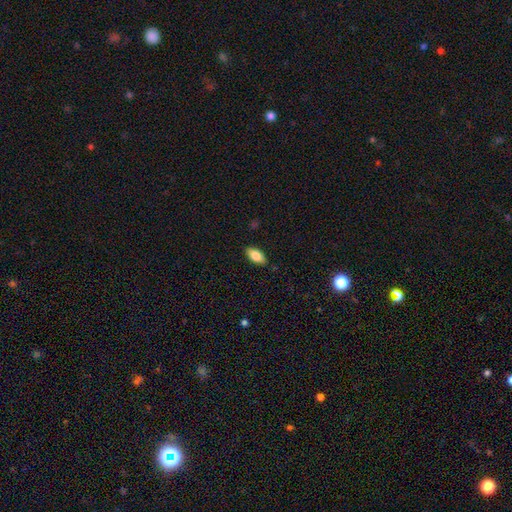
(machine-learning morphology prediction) smooth_or_featured: smooth (p=0.81) [alt: featured or disk p=0.12]
how_rounded: in between (p=0.89) [alt: cigar-shaped p=0.09]
merging: none (p=0.87) [alt: minor disturbance p=0.10]